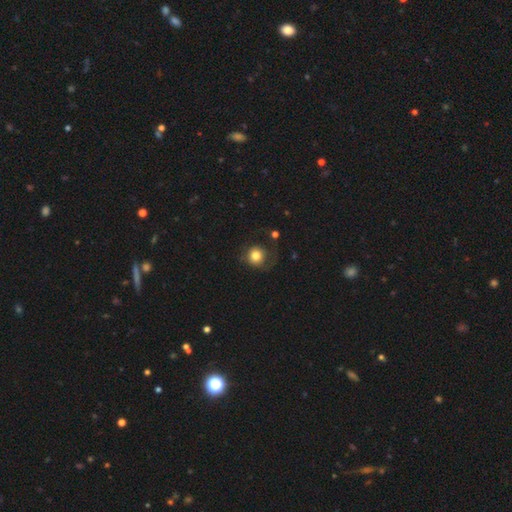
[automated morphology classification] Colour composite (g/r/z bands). It shows a smooth galaxy with no disk features (79%) that is round (88%). Merging: none (62%).